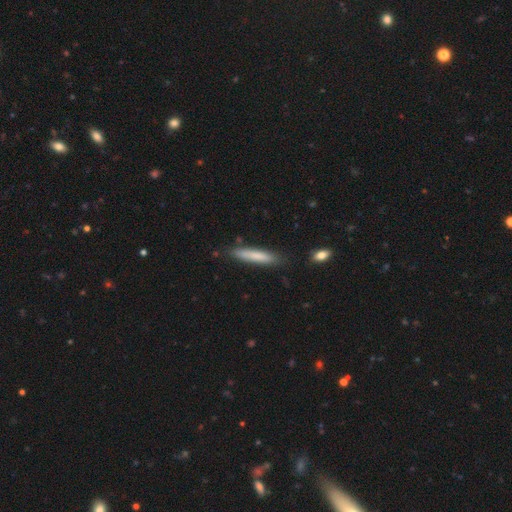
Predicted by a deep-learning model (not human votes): Smooth or featured? Predicted: smooth (p=0.77). How rounded? Predicted: cigar-shaped (p=0.91). Merging? Predicted: none (p=0.83).